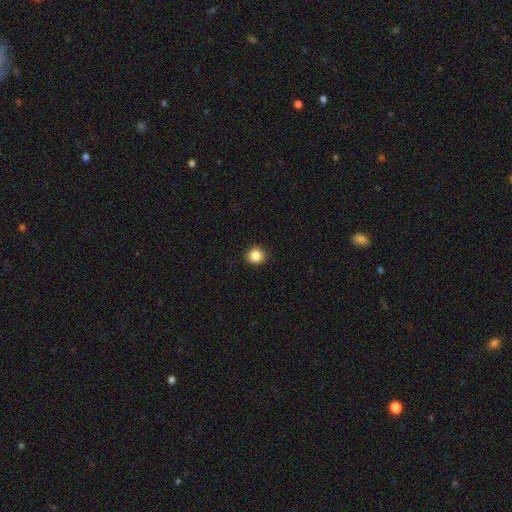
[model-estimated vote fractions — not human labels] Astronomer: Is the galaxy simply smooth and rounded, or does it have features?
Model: smooth — 86%.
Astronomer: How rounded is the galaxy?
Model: round — 92%.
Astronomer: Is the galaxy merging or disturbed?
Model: none — 92%.